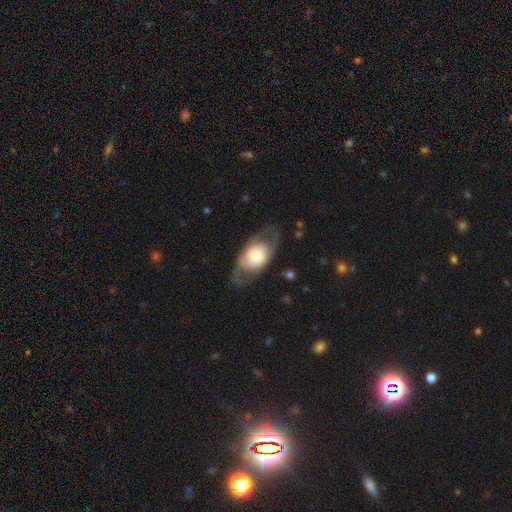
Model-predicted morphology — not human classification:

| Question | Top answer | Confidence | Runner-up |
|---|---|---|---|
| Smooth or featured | featured or disk | 51% | smooth (43%) |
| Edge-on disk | no | 86% | yes (14%) |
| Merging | none | 65% | minor disturbance (17%) |